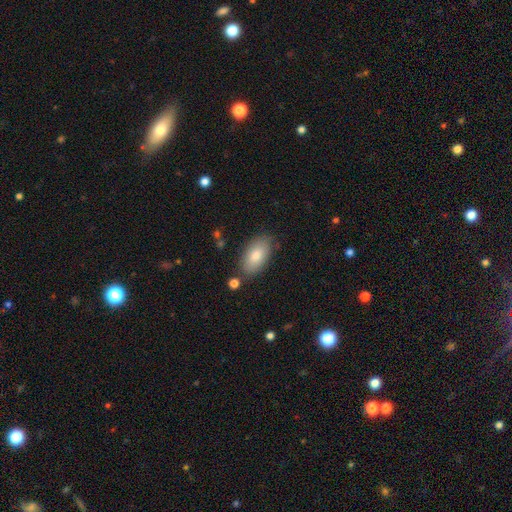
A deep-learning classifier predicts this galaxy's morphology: Smooth or featured? smooth (79%)
How rounded? in between (93%)
Merging? none (82%)